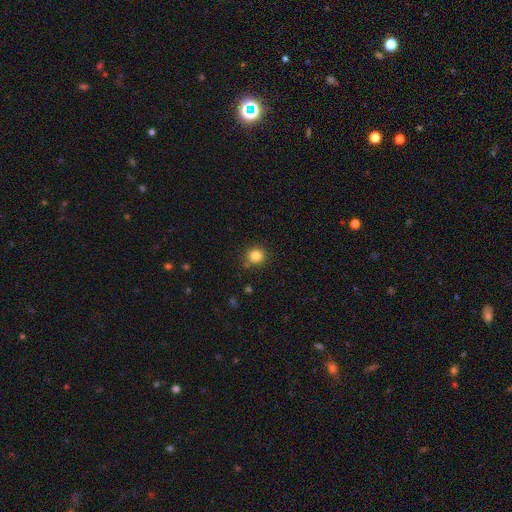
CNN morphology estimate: Smooth or featured?
  - smooth: 83% *
  - star or artifact: 12%
  - featured or disk: 5%
How rounded?
  - round: 90% *
  - in between: 9%
  - cigar-shaped: 1%
Merging?
  - none: 85% *
  - minor disturbance: 9%
  - merger: 3%
  - major disturbance: 3%